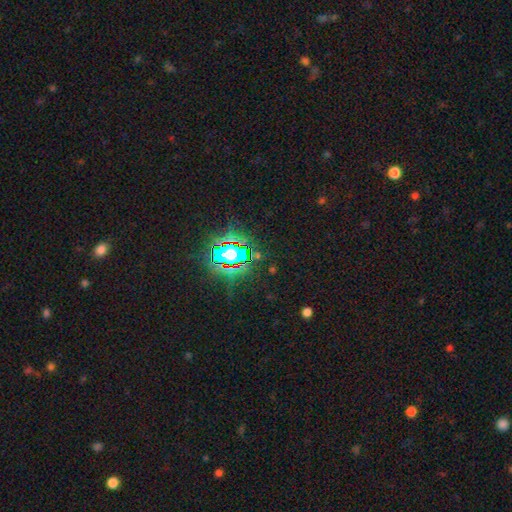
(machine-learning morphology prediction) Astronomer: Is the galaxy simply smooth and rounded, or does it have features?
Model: star or artifact — 80%.